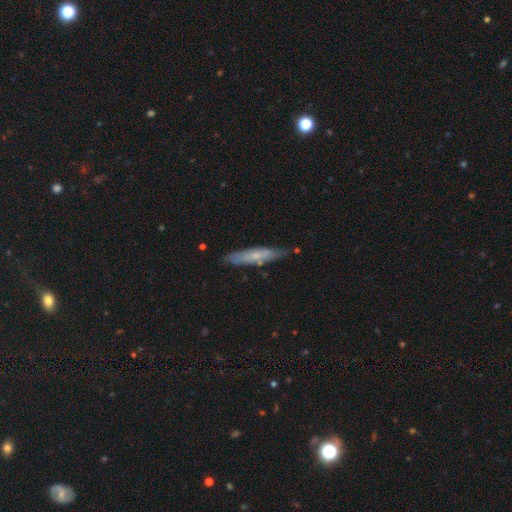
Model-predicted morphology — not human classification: Overall: smooth (49%; featured or disk 45%). Merging: none (78%).